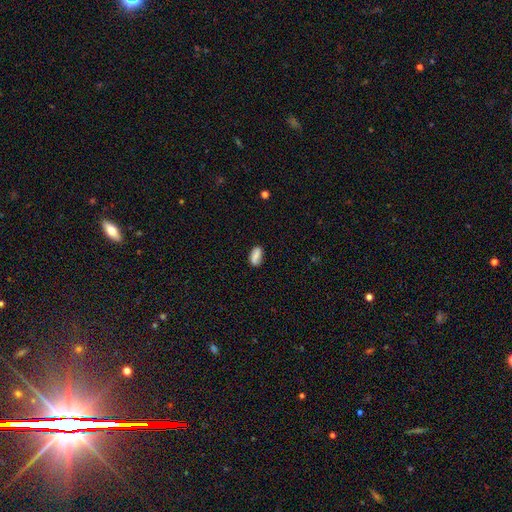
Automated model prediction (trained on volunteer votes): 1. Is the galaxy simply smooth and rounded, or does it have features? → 80% smooth, 11% featured or disk, 8% star or artifact.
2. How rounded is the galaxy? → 88% in between, 7% cigar-shaped, 5% round.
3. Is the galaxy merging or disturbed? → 74% none, 18% minor disturbance, 5% major disturbance, 3% merger.